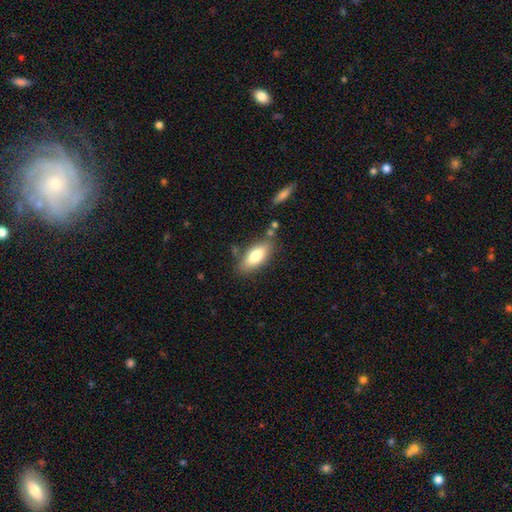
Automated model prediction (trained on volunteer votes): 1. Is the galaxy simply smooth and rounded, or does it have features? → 75% smooth, 18% featured or disk, 7% star or artifact.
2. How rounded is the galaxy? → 80% in between, 17% cigar-shaped, 3% round.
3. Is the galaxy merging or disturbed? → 76% none, 15% minor disturbance, 5% merger, 4% major disturbance.